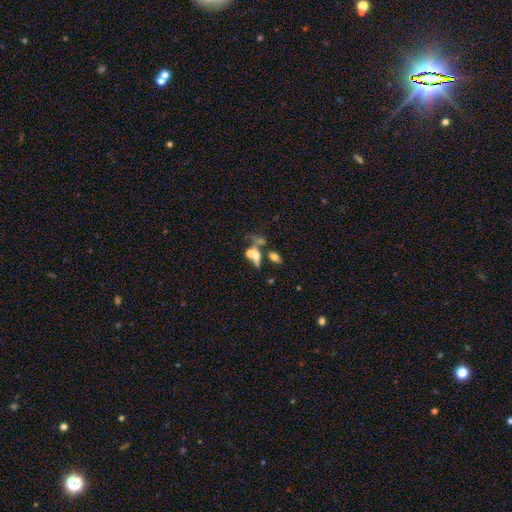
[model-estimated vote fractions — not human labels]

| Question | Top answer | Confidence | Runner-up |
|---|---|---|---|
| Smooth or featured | smooth | 50% | featured or disk (34%) |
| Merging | merger | 48% | none (30%) |